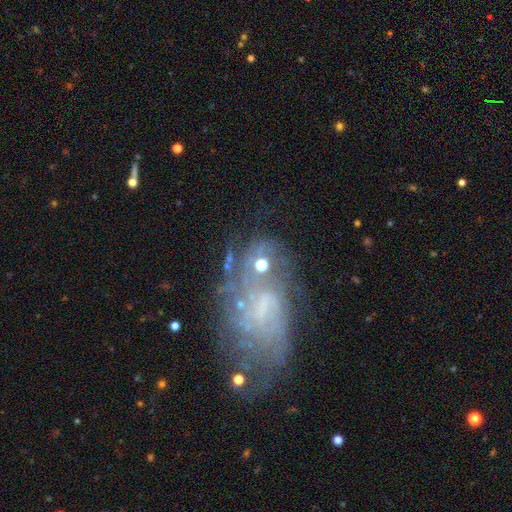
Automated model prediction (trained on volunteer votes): Q: Smooth or featured?
A: featured or disk (68%); runner-up: smooth (18%)
Q: Edge-on disk?
A: no (96%); runner-up: yes (4%)
Q: Bar?
A: no (52%); runner-up: weak (36%)
Q: Spiral arms?
A: yes (70%); runner-up: no (30%)
Q: Bulge size?
A: none (48%); runner-up: small (27%)
Q: Merging?
A: none (43%); runner-up: major disturbance (25%)